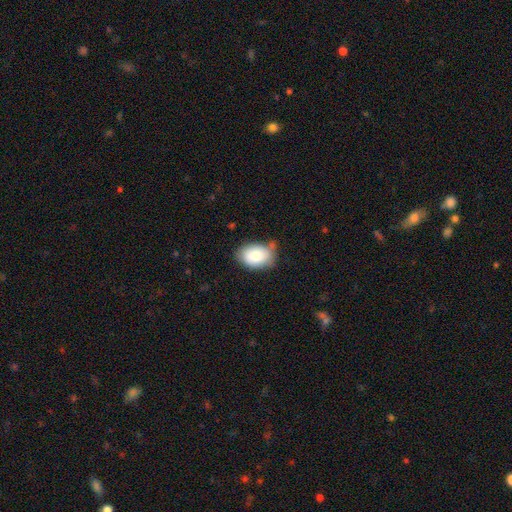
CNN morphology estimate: This is clearly a smooth galaxy (82%). How rounded: clearly in between (83%). Merging: likely none (66%).